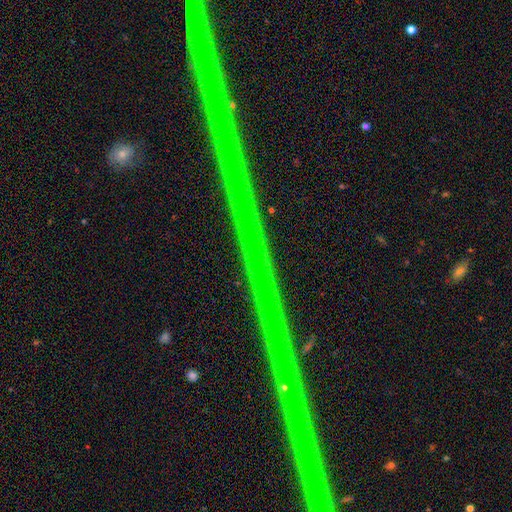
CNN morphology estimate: Q: Smooth or featured?
A: star or artifact (87%); runner-up: featured or disk (9%)